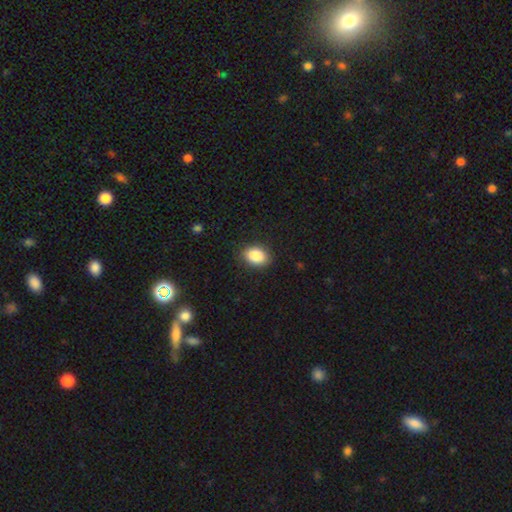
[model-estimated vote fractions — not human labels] smooth_or_featured: smooth (p=0.88) [alt: star or artifact p=0.08]
how_rounded: in between (p=0.75) [alt: round p=0.24]
merging: none (p=0.87) [alt: minor disturbance p=0.10]